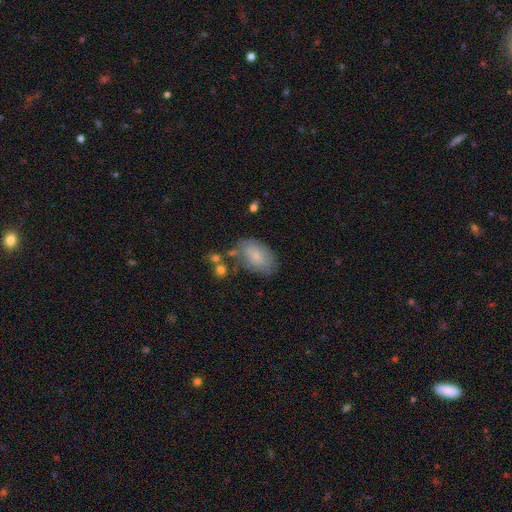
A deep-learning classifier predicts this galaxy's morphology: smooth-or-featured: smooth: 64% | featured or disk: 28% | star or artifact: 8%
  how-rounded: in between: 88% | round: 10% | cigar-shaped: 1%
  merging: none: 56% | minor disturbance: 26% | major disturbance: 10% | merger: 7%